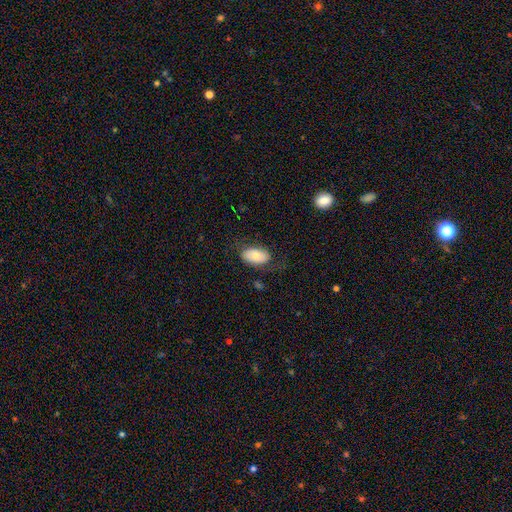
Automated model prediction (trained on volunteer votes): A smooth galaxy with no disk features (73%) that is in between round and cigar-shaped (94%).

Vote fractions:
- Smooth or featured? smooth: 73% / featured or disk: 20% / star or artifact: 7%
- How rounded? in between: 94% / round: 5% / cigar-shaped: 2%
- Merging? none: 64% / minor disturbance: 23% / major disturbance: 12% / merger: 2%